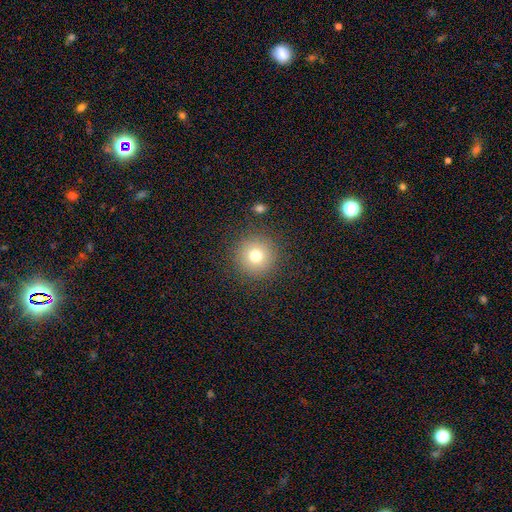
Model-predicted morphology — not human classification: Smooth or featured: smooth — 75% (star or artifact — 14%)
How rounded: round — 95% (in between — 4%)
Merging: none — 88% (minor disturbance — 7%)